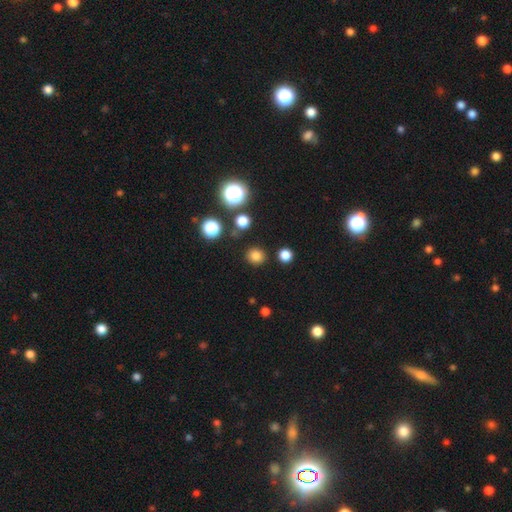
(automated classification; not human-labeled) Q: Smooth or featured?
A: smooth (80%); runner-up: star or artifact (16%)
Q: How rounded?
A: round (87%); runner-up: in between (12%)
Q: Merging?
A: none (87%); runner-up: minor disturbance (7%)